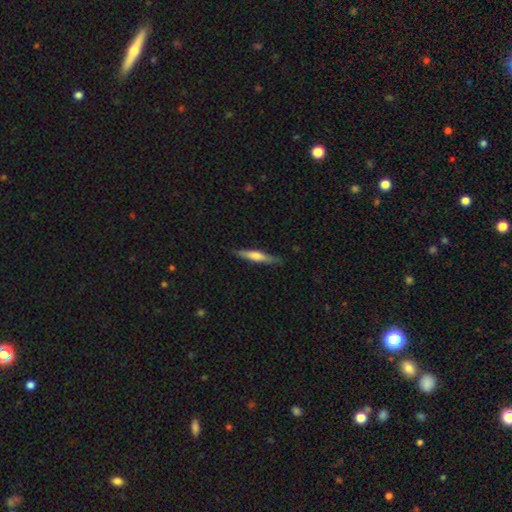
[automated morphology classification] Smooth or featured? Predicted: smooth (p=0.52). How rounded? Predicted: cigar-shaped (p=0.89). Merging? Predicted: none (p=0.85).